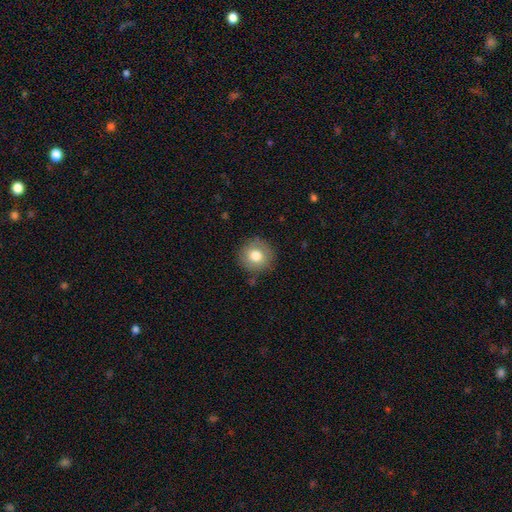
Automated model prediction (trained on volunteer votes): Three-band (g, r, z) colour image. It shows a smooth galaxy with no disk features (78%) that is round (93%). Merging: none (85%).